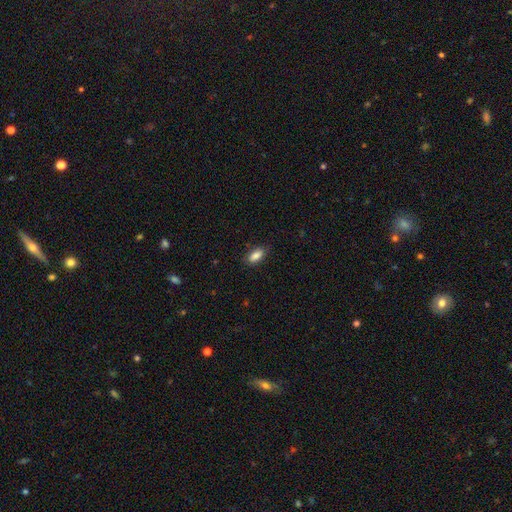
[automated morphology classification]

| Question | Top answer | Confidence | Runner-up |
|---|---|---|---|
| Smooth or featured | smooth | 86% | star or artifact (7%) |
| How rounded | in between | 90% | cigar-shaped (7%) |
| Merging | none | 83% | minor disturbance (13%) |